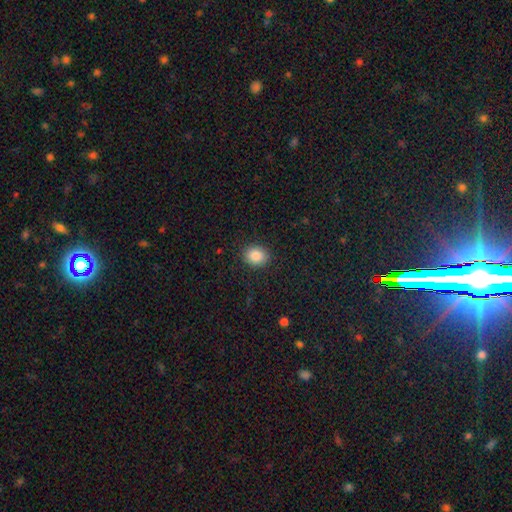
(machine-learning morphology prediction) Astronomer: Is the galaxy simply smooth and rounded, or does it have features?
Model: smooth — 86%.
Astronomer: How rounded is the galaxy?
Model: round — 65%.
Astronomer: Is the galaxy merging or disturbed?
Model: none — 89%.